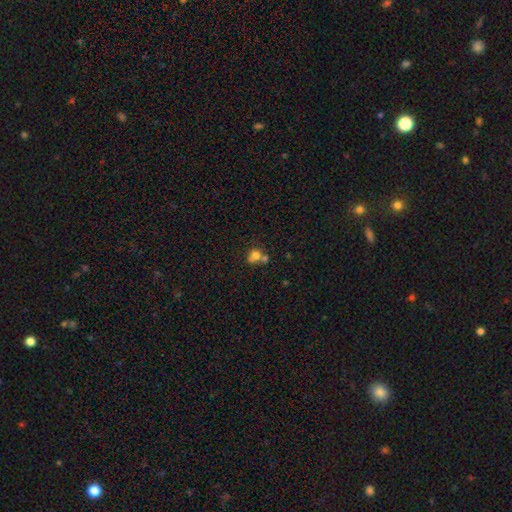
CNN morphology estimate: smooth 71%, featured or disk 16%, star or artifact 13%. Down the decision tree: how rounded — round (68%); merging — merger (53%).